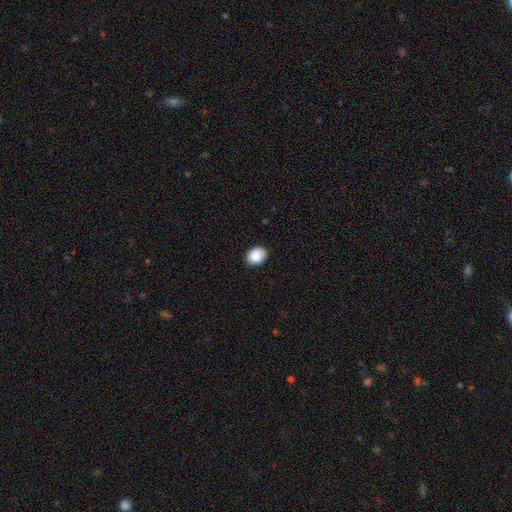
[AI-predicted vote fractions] Overall: smooth (89%). How rounded: in between (52%; round 47%). Merging: none (88%).